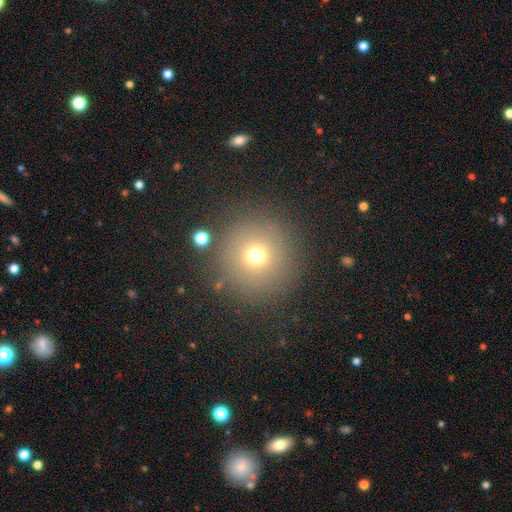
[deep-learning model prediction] Overall: smooth (70%). How rounded: round (95%). Merging: none (84%).